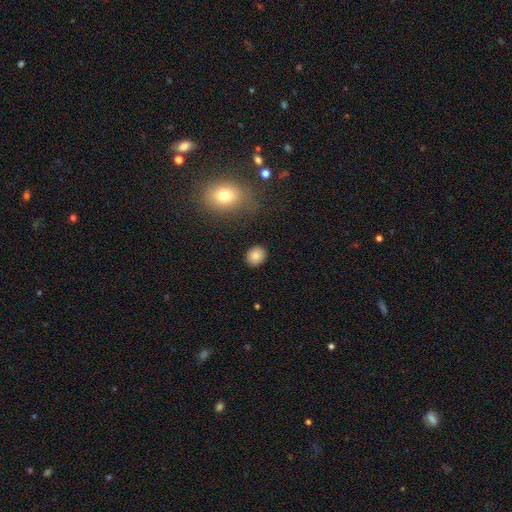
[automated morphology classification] smooth-or-featured: smooth: 84% | star or artifact: 10% | featured or disk: 6%
  how-rounded: round: 66% | in between: 33% | cigar-shaped: 1%
  merging: none: 89% | minor disturbance: 7% | major disturbance: 2% | merger: 2%